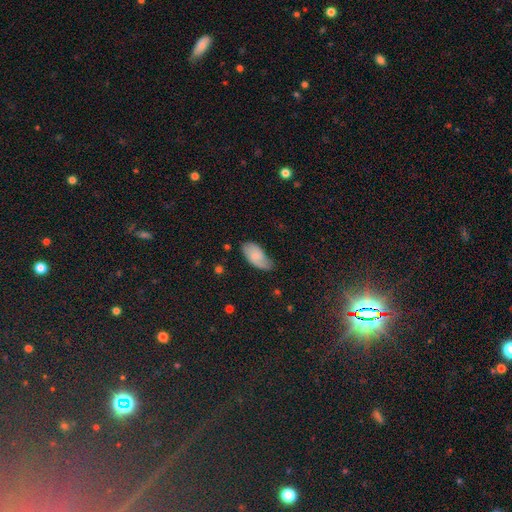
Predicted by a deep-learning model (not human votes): This appears to be a smooth galaxy with no disk features (67%) that is in between round and cigar-shaped (94%). Merging: none (56%).